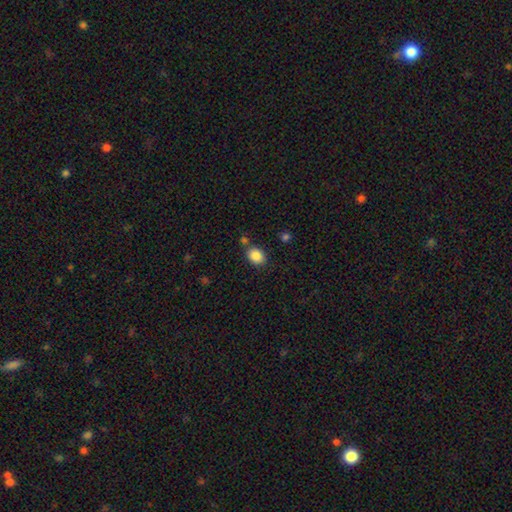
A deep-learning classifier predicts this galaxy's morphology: Smooth or featured: smooth — 87% (star or artifact — 9%)
How rounded: in between — 64% (round — 35%)
Merging: none — 75% (minor disturbance — 12%)